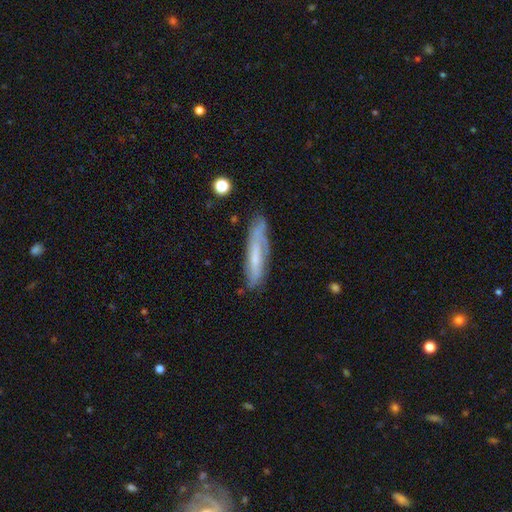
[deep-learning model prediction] A featured or disk galaxy (57%).

Vote fractions:
- Smooth or featured? featured or disk: 57% / smooth: 36% / star or artifact: 7%
- Edge-on disk? no: 56% / yes: 44%
- Merging? none: 67% / minor disturbance: 23% / major disturbance: 7% / merger: 3%